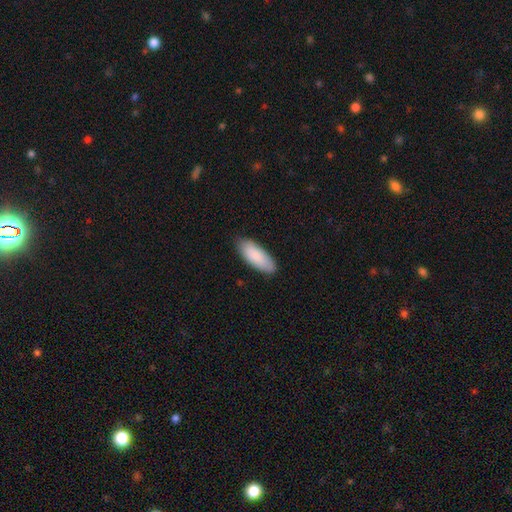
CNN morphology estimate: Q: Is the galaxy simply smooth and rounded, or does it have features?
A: smooth — 88%.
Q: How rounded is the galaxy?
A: in between — 78%.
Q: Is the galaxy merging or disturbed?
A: none — 84%.